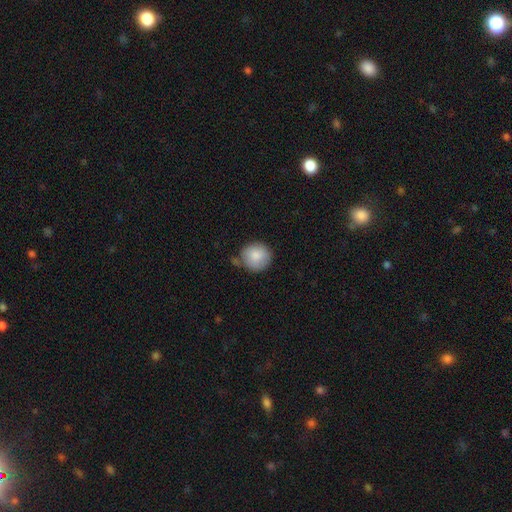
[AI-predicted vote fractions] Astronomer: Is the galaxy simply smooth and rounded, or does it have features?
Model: smooth — 86%.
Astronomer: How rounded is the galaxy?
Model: round — 91%.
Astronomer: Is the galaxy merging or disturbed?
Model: none — 69%.